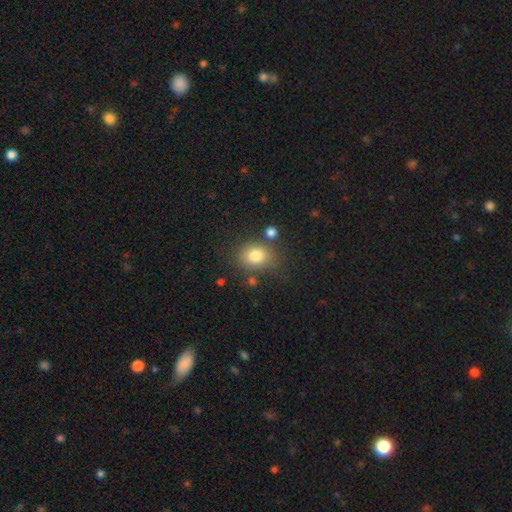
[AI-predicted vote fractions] Smooth or featured? Predicted: smooth (p=0.80). How rounded? Predicted: round (p=0.53). Merging? Predicted: none (p=0.73).